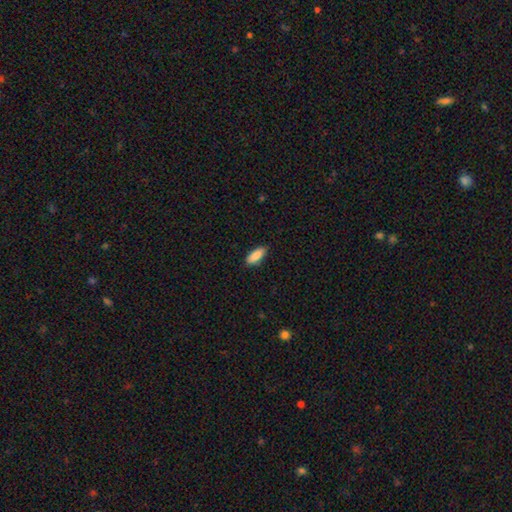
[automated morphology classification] A smooth galaxy with no disk features (89%) that is in between round and cigar-shaped (77%). Merging: none (87%).